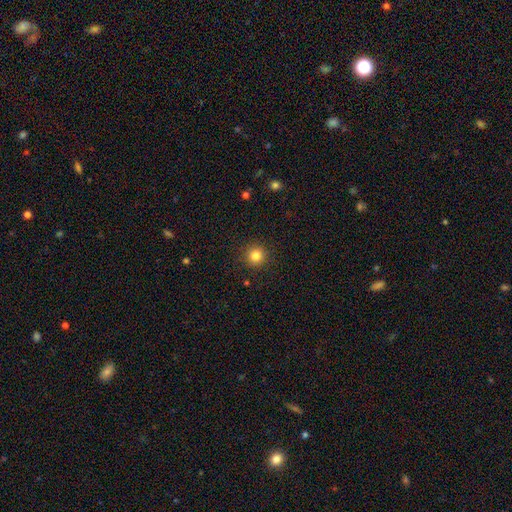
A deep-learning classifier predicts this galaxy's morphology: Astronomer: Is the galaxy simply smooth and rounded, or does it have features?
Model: smooth — 83%.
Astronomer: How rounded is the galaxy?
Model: round — 95%.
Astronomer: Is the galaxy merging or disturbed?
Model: none — 91%.